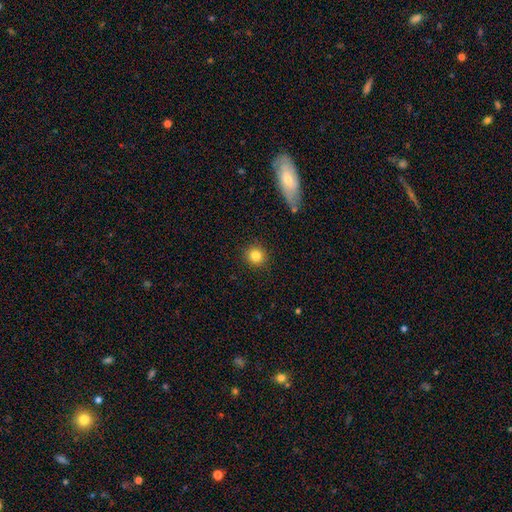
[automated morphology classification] The model was most divided on "smooth or featured": smooth: 83%, star or artifact: 11%, featured or disk: 6%. More confident: how rounded — round (91%); merging — none (90%).